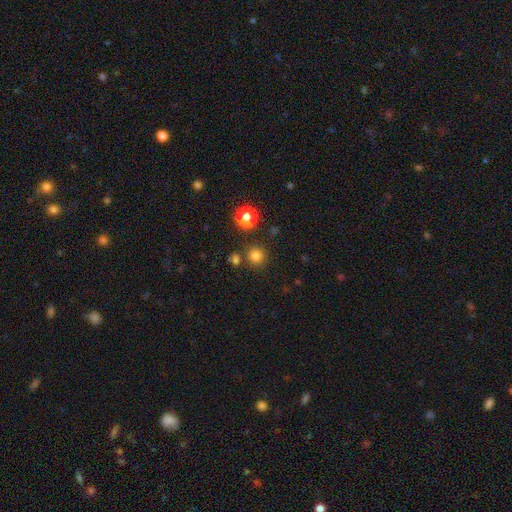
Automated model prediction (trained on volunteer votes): Overall: smooth (78%). How rounded: round (94%). Merging: none (82%).